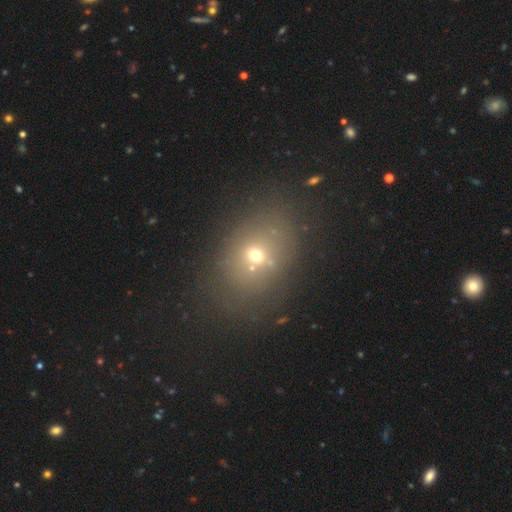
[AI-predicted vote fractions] smooth_or_featured: smooth (p=0.59) [alt: star or artifact p=0.22]
how_rounded: in between (p=0.57) [alt: round p=0.41]
merging: none (p=0.67) [alt: minor disturbance p=0.16]